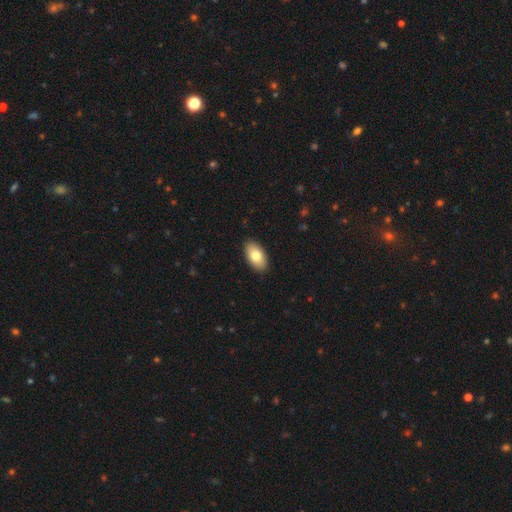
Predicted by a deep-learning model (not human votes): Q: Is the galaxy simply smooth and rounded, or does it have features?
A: smooth — 79%.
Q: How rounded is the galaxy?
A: in between — 95%.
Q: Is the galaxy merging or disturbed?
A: none — 90%.